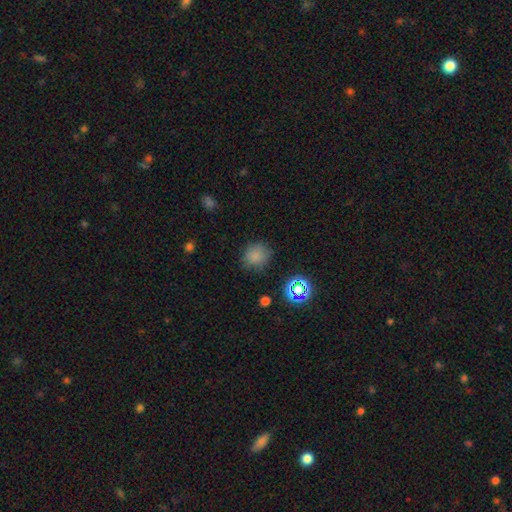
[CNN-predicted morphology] The model was most divided on "how rounded": round: 78%, in between: 21%, cigar-shaped: 1%. More confident: merging — none (79%); smooth or featured — smooth (77%).